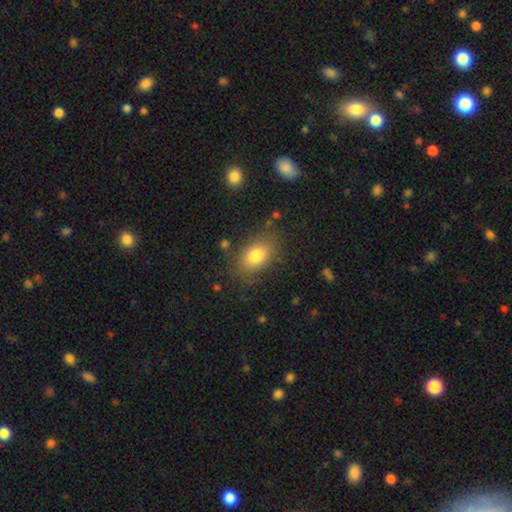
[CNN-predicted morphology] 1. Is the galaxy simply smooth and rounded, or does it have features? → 81% smooth, 10% featured or disk, 9% star or artifact.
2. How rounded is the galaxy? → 82% in between, 16% round, 2% cigar-shaped.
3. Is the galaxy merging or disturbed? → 78% none, 14% minor disturbance, 5% major disturbance, 2% merger.